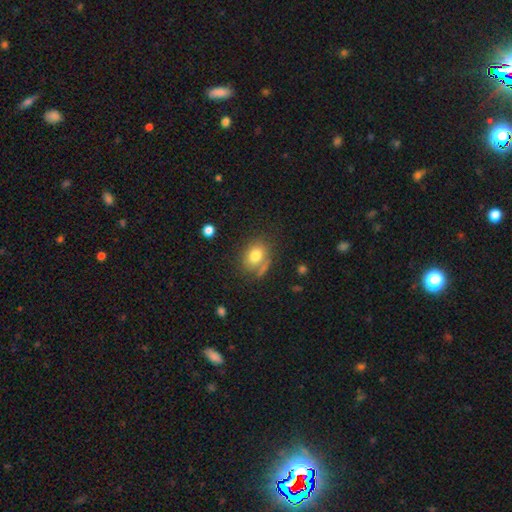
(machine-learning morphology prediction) Smooth or featured: smooth — 78% (featured or disk — 13%)
How rounded: in between — 61% (round — 38%)
Merging: none — 61% (minor disturbance — 18%)